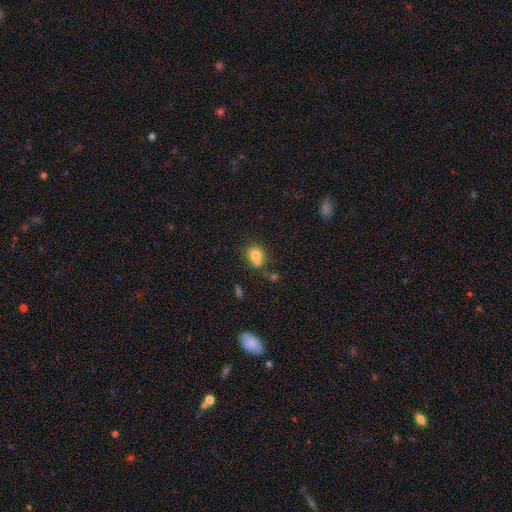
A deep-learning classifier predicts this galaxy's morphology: The model was most divided on "merging": none: 47%, merger: 28%, minor disturbance: 18%, major disturbance: 6%. More confident: smooth or featured — smooth (77%); how rounded — round (61%).